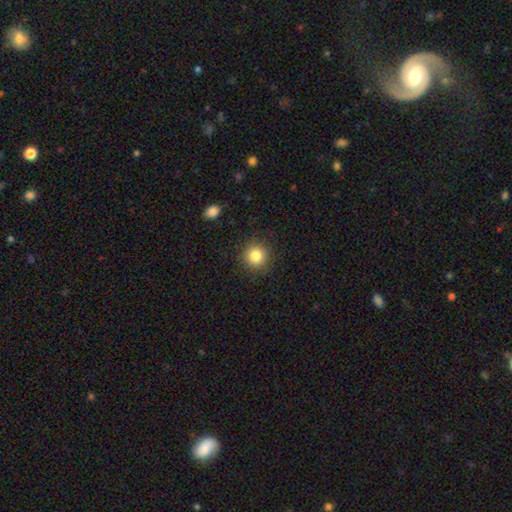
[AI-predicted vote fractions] smooth-or-featured: smooth: 84% | star or artifact: 11% | featured or disk: 6%
  how-rounded: round: 93% | in between: 6% | cigar-shaped: 1%
  merging: none: 90% | minor disturbance: 6% | major disturbance: 2% | merger: 1%